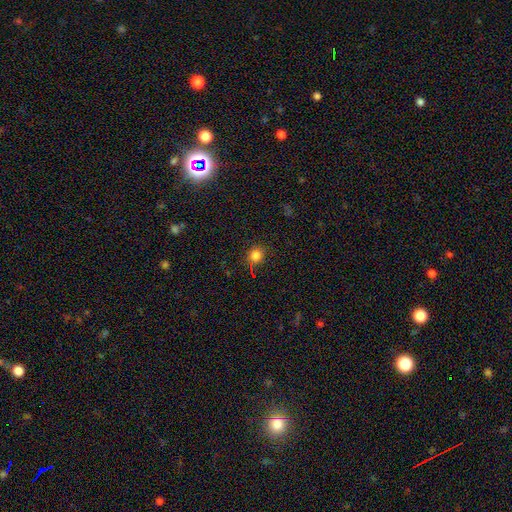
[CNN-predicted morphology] Smooth or featured?
  - smooth: 78% *
  - star or artifact: 17%
  - featured or disk: 5%
How rounded?
  - round: 87% *
  - in between: 11%
  - cigar-shaped: 1%
Merging?
  - none: 79% *
  - minor disturbance: 14%
  - major disturbance: 4%
  - merger: 2%